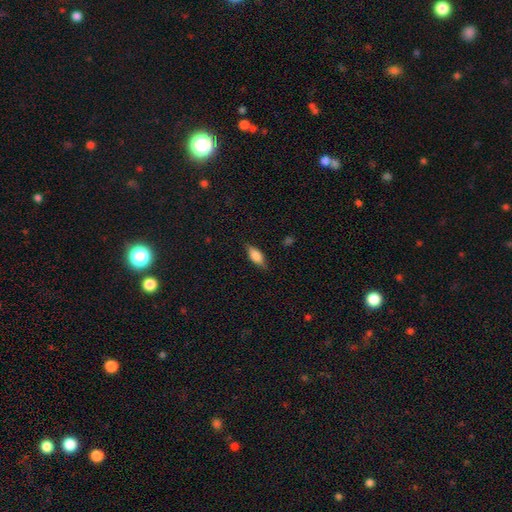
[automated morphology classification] Smooth or featured?
  - smooth: 76% *
  - featured or disk: 17%
  - star or artifact: 7%
How rounded?
  - in between: 77% *
  - cigar-shaped: 20%
  - round: 3%
Merging?
  - none: 80% *
  - minor disturbance: 15%
  - major disturbance: 3%
  - merger: 1%